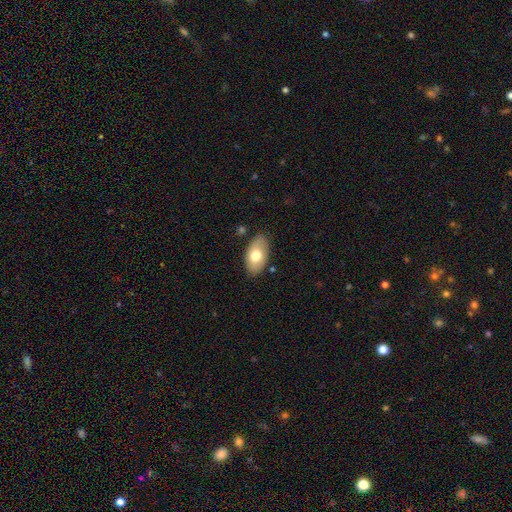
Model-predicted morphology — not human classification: This appears to be a smooth galaxy with no disk features (71%) that is in between round and cigar-shaped (93%). Merging: none (82%).